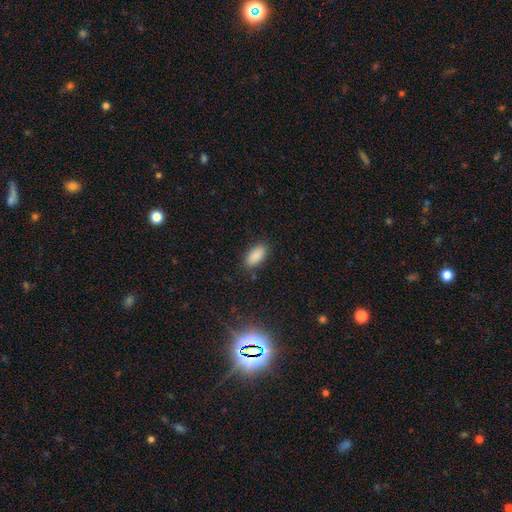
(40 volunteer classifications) A smooth galaxy with no disk features (98%) that is in between round and cigar-shaped (97%). Merging: none (79%).